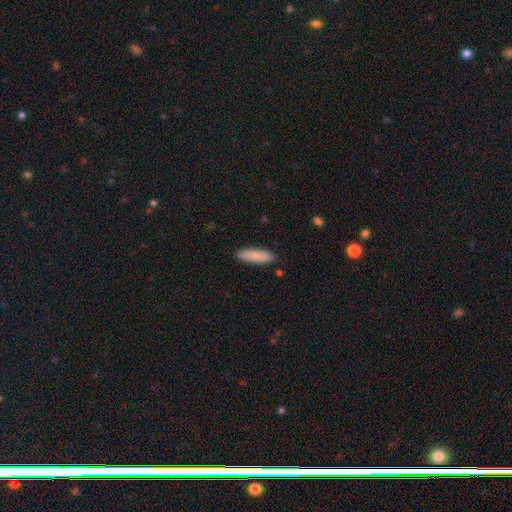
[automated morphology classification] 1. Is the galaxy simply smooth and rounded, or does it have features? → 87% smooth, 8% featured or disk, 6% star or artifact.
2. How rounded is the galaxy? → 58% cigar-shaped, 40% in between, 1% round.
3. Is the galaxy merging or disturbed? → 89% none, 8% minor disturbance, 2% major disturbance, 1% merger.